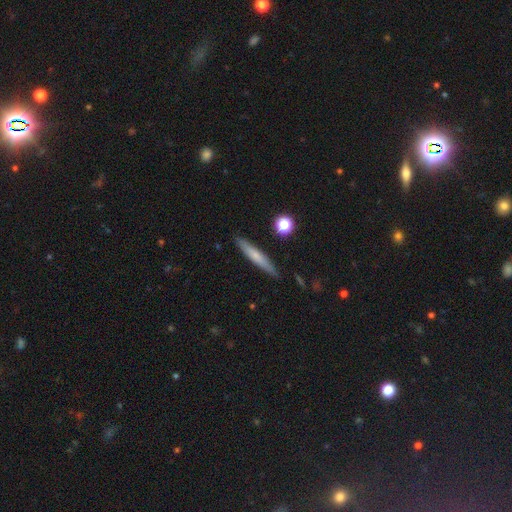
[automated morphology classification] Overall: smooth (59%; featured or disk 34%). How rounded: cigar-shaped (93%). Merging: none (88%).